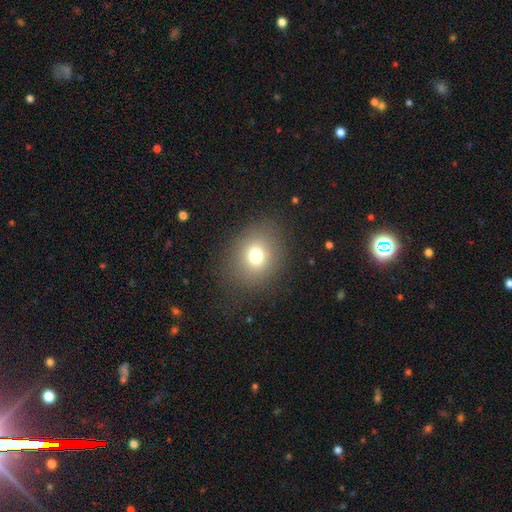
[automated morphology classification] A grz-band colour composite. It shows a smooth galaxy with no disk features (73%) that is round (64%). Merging: none (84%).